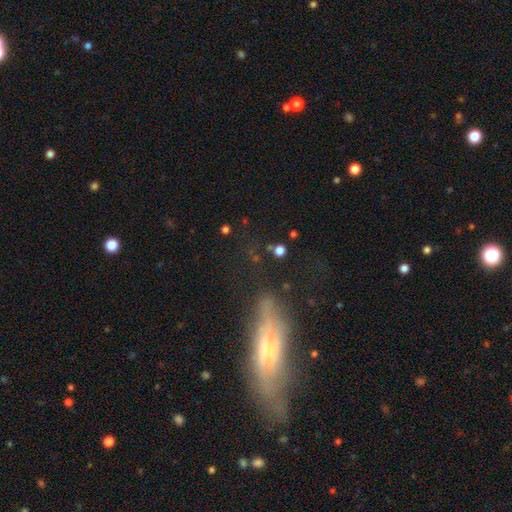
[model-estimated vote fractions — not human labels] smooth-or-featured: featured or disk: 49% | smooth: 35% | star or artifact: 16%
  merging: none: 56% | minor disturbance: 23% | major disturbance: 16% | merger: 5%